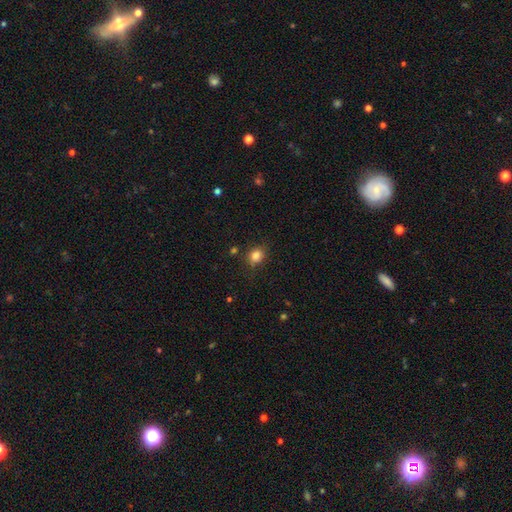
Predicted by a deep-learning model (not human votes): Overall: smooth (83%). How rounded: round (55%; in between 44%). Merging: none (77%).